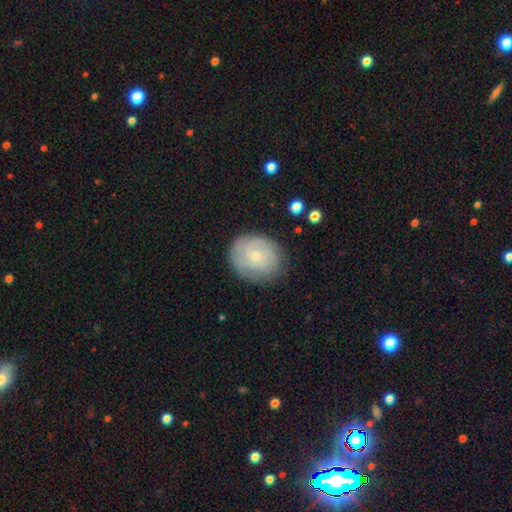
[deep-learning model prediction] The model was most divided on "smooth or featured": featured or disk: 56%, smooth: 37%, star or artifact: 7%. More confident: edge-on disk — no (97%); spiral arms — yes (84%); merging — none (80%); bulge size — small (73%); bar — no (72%).